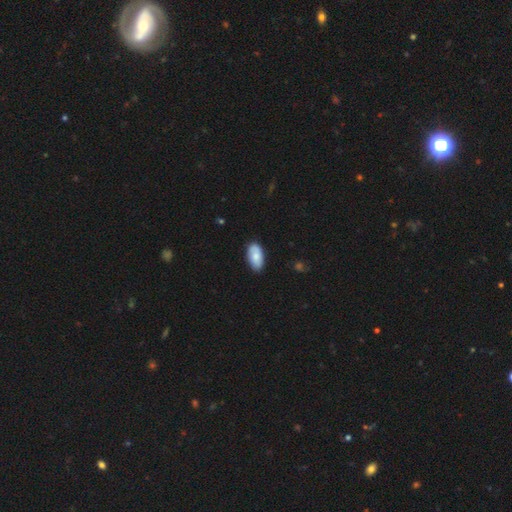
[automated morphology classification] smooth_or_featured: smooth (p=0.80) [alt: featured or disk p=0.15]
how_rounded: in between (p=0.94) [alt: cigar-shaped p=0.04]
merging: none (p=0.84) [alt: minor disturbance p=0.13]